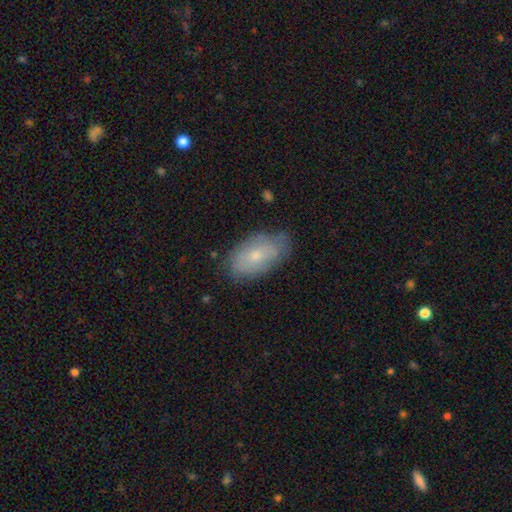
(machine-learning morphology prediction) smooth-or-featured: smooth: 63% | featured or disk: 30% | star or artifact: 7%
  how-rounded: in between: 93% | round: 5% | cigar-shaped: 2%
  merging: none: 70% | minor disturbance: 24% | major disturbance: 5% | merger: 2%